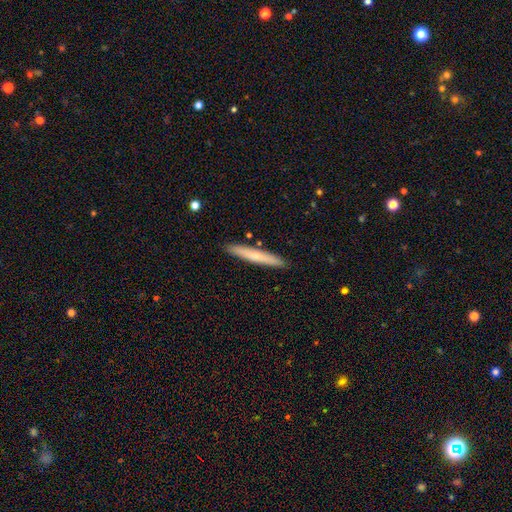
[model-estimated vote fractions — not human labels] Smooth or featured: smooth — 65% (featured or disk — 30%)
How rounded: cigar-shaped — 96% (in between — 3%)
Merging: none — 91% (minor disturbance — 6%)